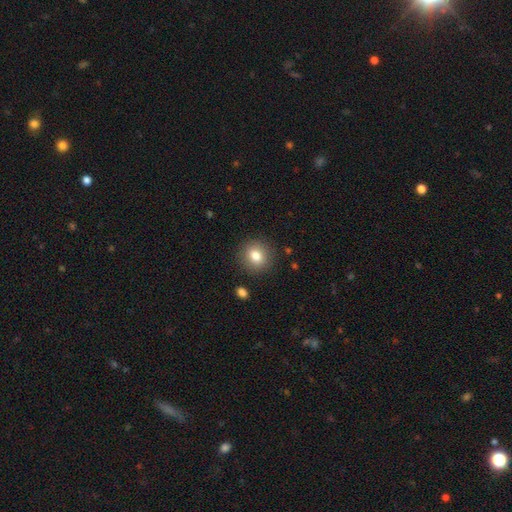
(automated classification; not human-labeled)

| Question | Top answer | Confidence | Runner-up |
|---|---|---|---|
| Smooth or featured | smooth | 80% | star or artifact (10%) |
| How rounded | round | 87% | in between (12%) |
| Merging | none | 89% | minor disturbance (7%) |